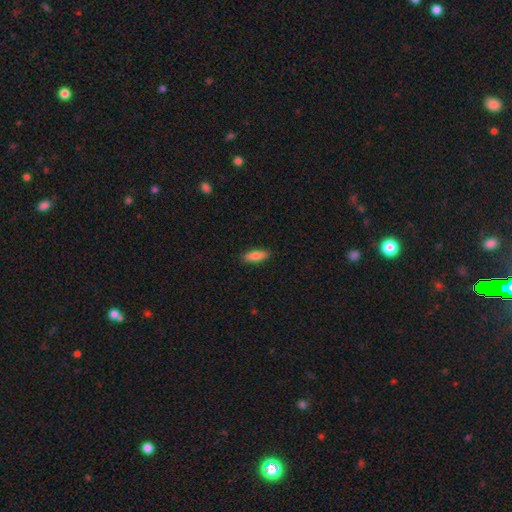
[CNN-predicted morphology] Q: Smooth or featured?
A: smooth (83%); runner-up: featured or disk (10%)
Q: How rounded?
A: in between (59%); runner-up: cigar-shaped (39%)
Q: Merging?
A: none (88%); runner-up: minor disturbance (9%)